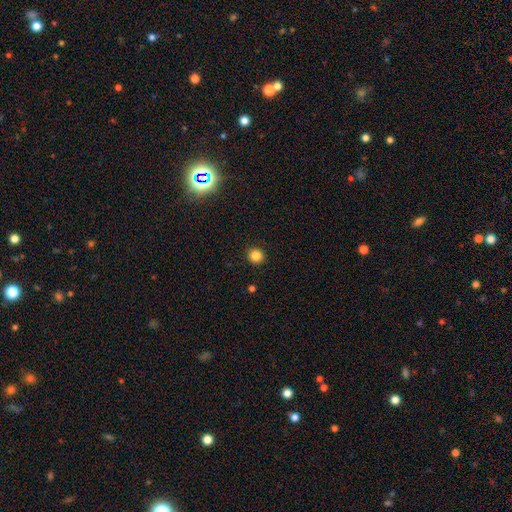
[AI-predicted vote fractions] smooth 84%, star or artifact 12%, featured or disk 4%. Down the decision tree: how rounded — round (92%); merging — none (92%).